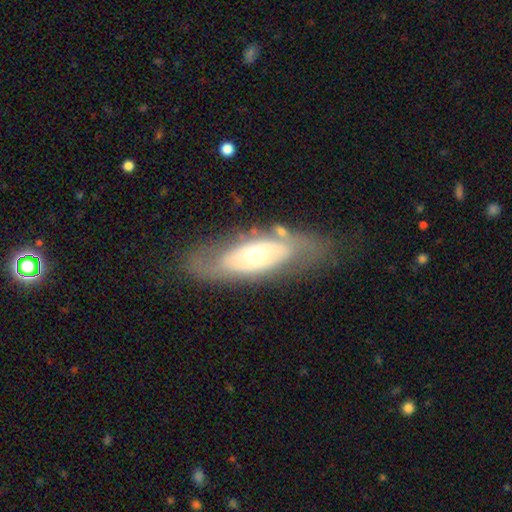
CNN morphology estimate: Smooth or featured? featured or disk (64%)
Edge-on disk? no (83%)
Bar? no (81%)
Spiral arms? no (66%)
Bulge size? moderate (66%)
Merging? none (72%)